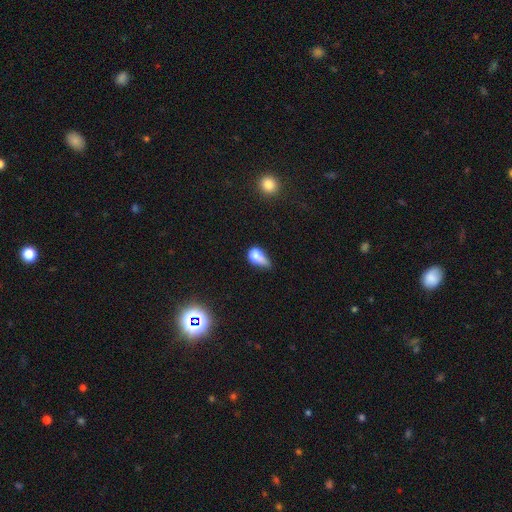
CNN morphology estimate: smooth_or_featured: smooth (p=0.71) [alt: featured or disk p=0.17]
how_rounded: in between (p=0.74) [alt: round p=0.19]
merging: minor disturbance (p=0.36) [alt: major disturbance p=0.30]